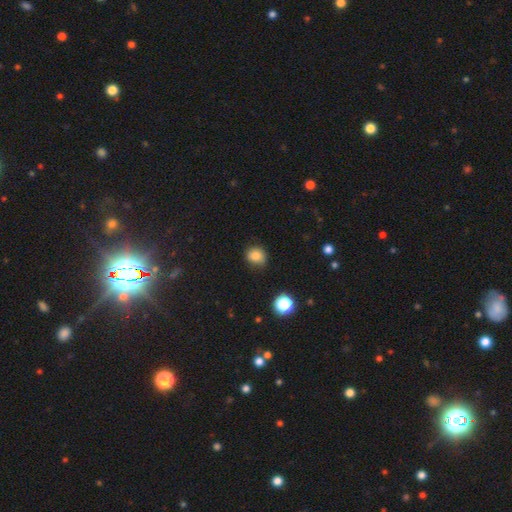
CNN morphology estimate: Smooth or featured? Predicted: smooth (p=0.82). How rounded? Predicted: round (p=0.73). Merging? Predicted: none (p=0.74).